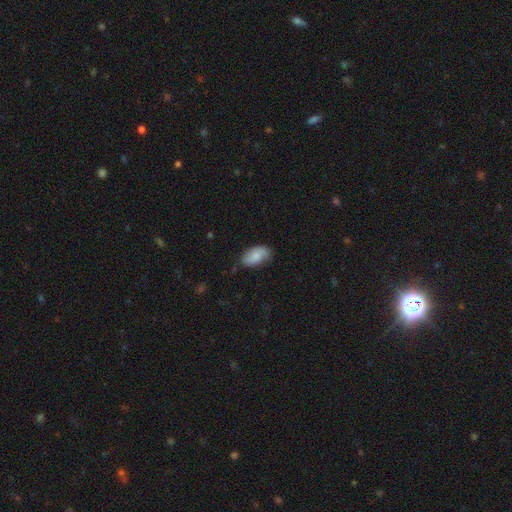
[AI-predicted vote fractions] The model was most divided on "merging": none: 72%, minor disturbance: 23%, major disturbance: 4%, merger: 2%. More confident: how rounded — in between (94%); smooth or featured — smooth (78%).